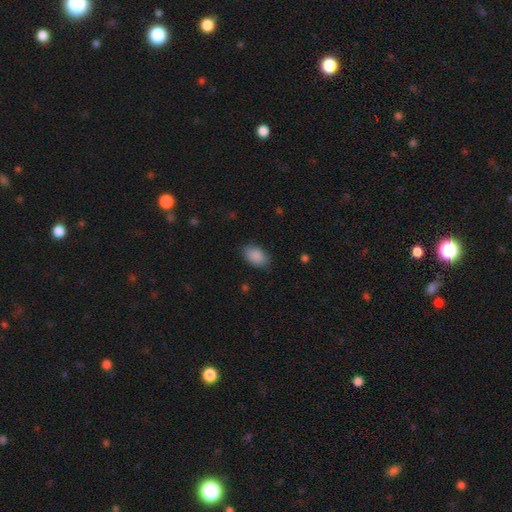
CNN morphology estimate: A smooth galaxy with no disk features (89%) that is in between round and cigar-shaped (89%).

Vote fractions:
- Smooth or featured? smooth: 89% / star or artifact: 7% / featured or disk: 4%
- How rounded? in between: 89% / round: 10% / cigar-shaped: 1%
- Merging? none: 82% / minor disturbance: 14% / major disturbance: 3% / merger: 1%